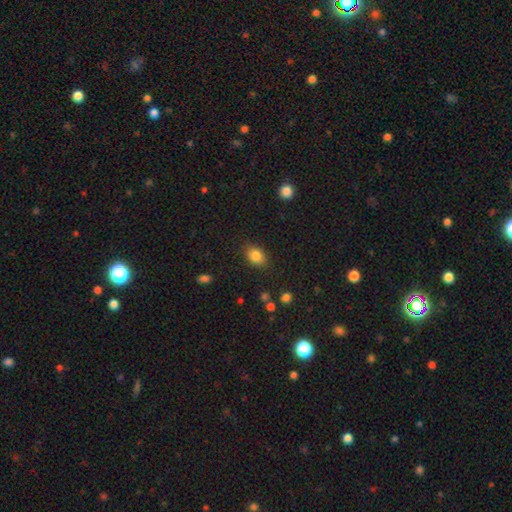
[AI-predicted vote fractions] This appears to be a smooth galaxy with no disk features (84%) that is in between round and cigar-shaped (76%). Merging: none (85%).